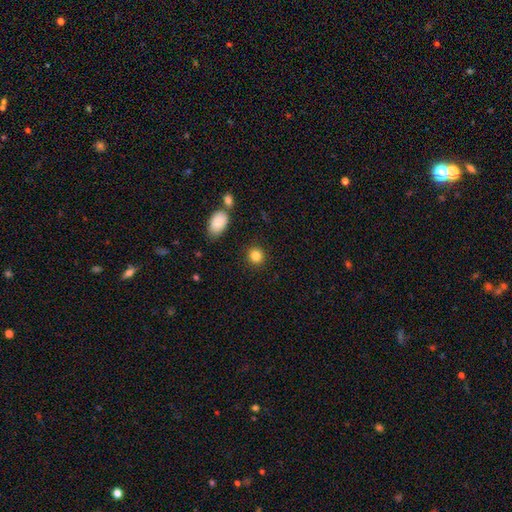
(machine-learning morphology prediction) This is clearly a smooth galaxy (84%). How rounded: clearly round (88%). Merging: clearly none (88%).